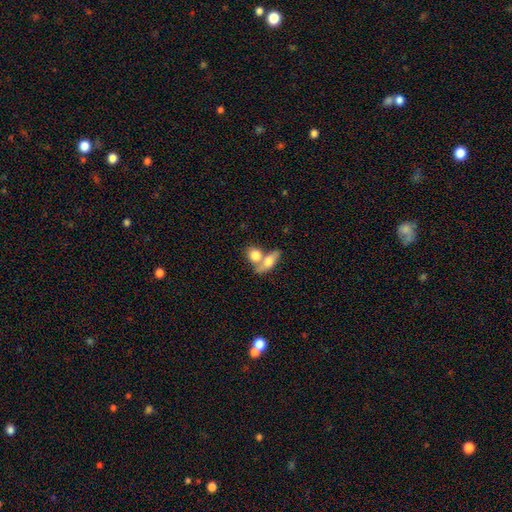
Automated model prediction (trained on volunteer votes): smooth_or_featured: smooth (p=0.75) [alt: featured or disk p=0.18]
how_rounded: in between (p=0.60) [alt: round p=0.32]
merging: merger (p=0.59) [alt: none p=0.30]